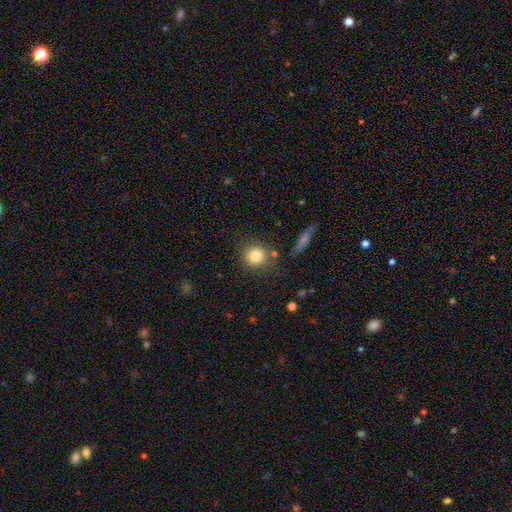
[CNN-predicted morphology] smooth 82%, star or artifact 10%, featured or disk 8%. Down the decision tree: how rounded — round (87%); merging — none (77%).